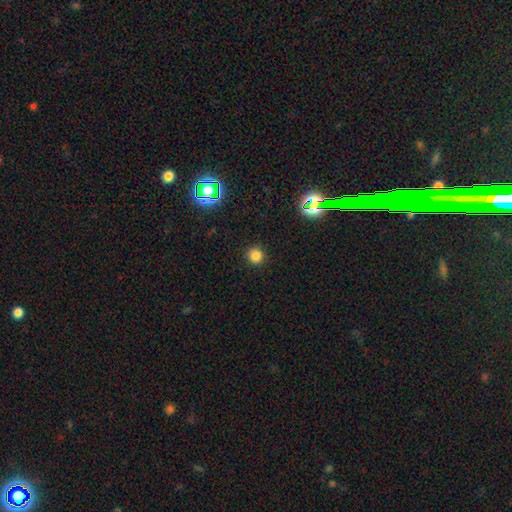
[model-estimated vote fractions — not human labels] A smooth galaxy with no disk features (80%) that is round (94%).

Vote fractions:
- Smooth or featured? smooth: 80% / star or artifact: 15% / featured or disk: 4%
- How rounded? round: 94% / in between: 5% / cigar-shaped: 1%
- Merging? none: 91% / minor disturbance: 6% / major disturbance: 2% / merger: 1%